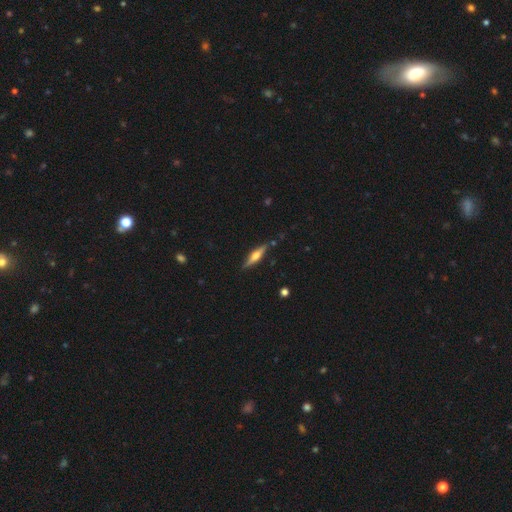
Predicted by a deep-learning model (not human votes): Smooth or featured?
  - featured or disk: 65% *
  - smooth: 29%
  - star or artifact: 6%
Edge-on disk?
  - yes: 96% *
  - no: 4%
Edge-on bulge?
  - rounded: 87% *
  - boxy: 10%
  - none: 3%
Merging?
  - none: 86% *
  - minor disturbance: 10%
  - major disturbance: 2%
  - merger: 2%